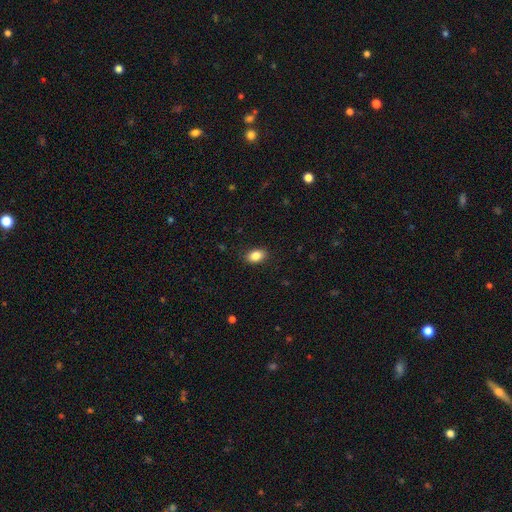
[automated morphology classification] smooth 86%, star or artifact 8%, featured or disk 6%. Down the decision tree: how rounded — in between (86%); merging — none (87%).